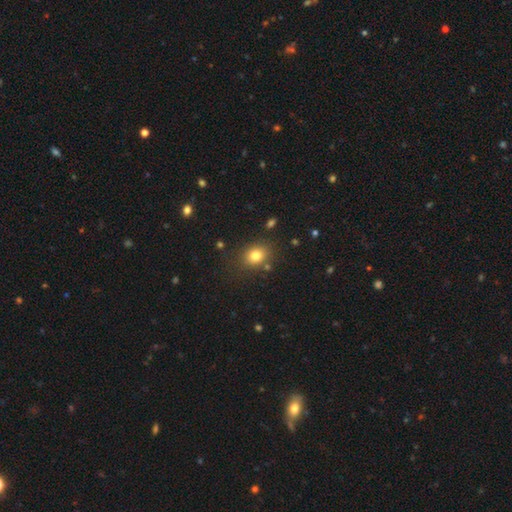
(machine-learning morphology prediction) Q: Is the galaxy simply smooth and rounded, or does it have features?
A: smooth — 80%.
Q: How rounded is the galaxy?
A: round — 52%.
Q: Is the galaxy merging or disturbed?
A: none — 81%.